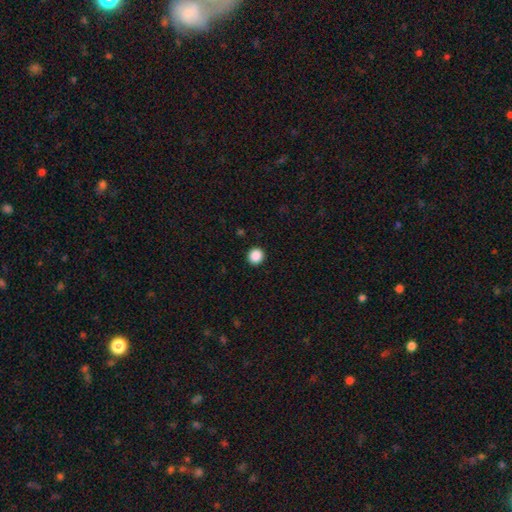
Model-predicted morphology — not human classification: Smooth or featured: smooth — 88% (star or artifact — 9%)
How rounded: round — 93% (in between — 6%)
Merging: none — 93% (minor disturbance — 5%)